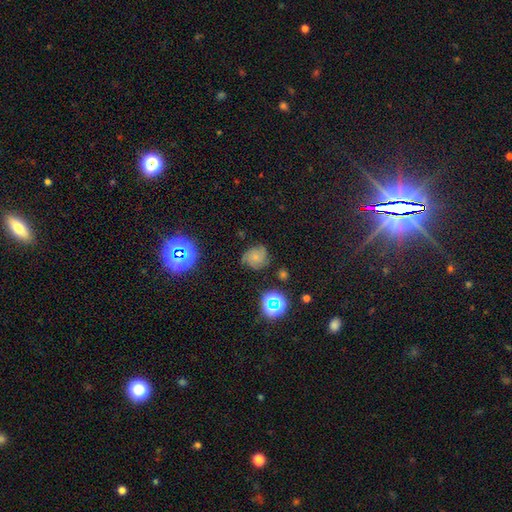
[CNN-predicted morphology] type=featured or disk (44%); merging=none (67%).